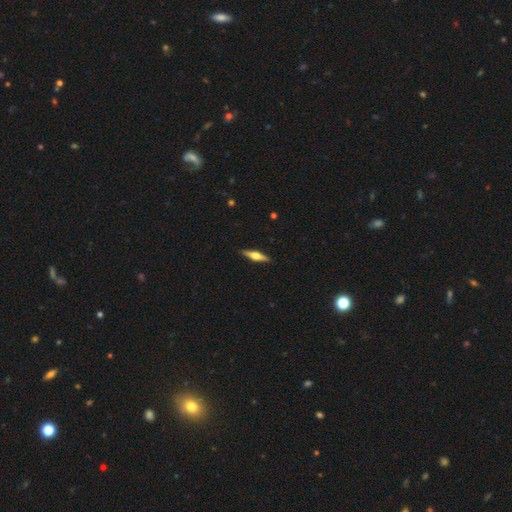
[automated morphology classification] A featured or disk galaxy (62%) viewed edge-on (97%) with a rounded central bulge (91%).

Vote fractions:
- Smooth or featured? featured or disk: 62% / smooth: 32% / star or artifact: 6%
- Edge-on disk? yes: 97% / no: 3%
- Edge-on bulge? rounded: 91% / boxy: 6% / none: 2%
- Merging? none: 91% / minor disturbance: 7% / major disturbance: 1% / merger: 1%